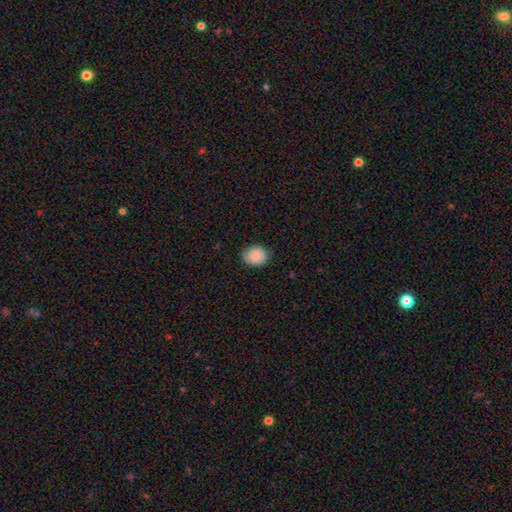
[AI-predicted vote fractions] A smooth galaxy with no disk features (86%) that is round (69%). Merging: none (85%).